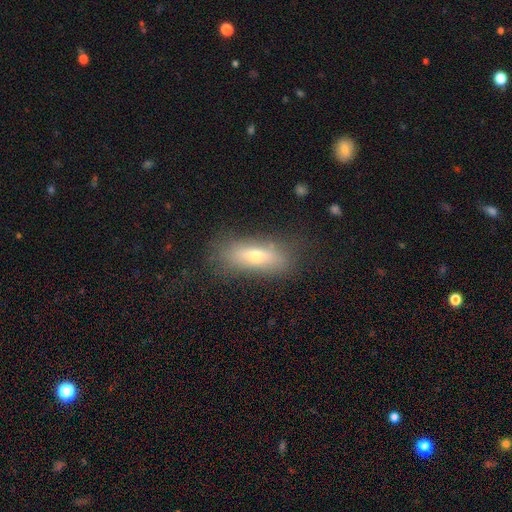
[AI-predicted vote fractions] smooth-or-featured: smooth: 58% | featured or disk: 32% | star or artifact: 10%
  how-rounded: in between: 56% | cigar-shaped: 40% | round: 4%
  merging: none: 76% | minor disturbance: 16% | major disturbance: 6% | merger: 2%